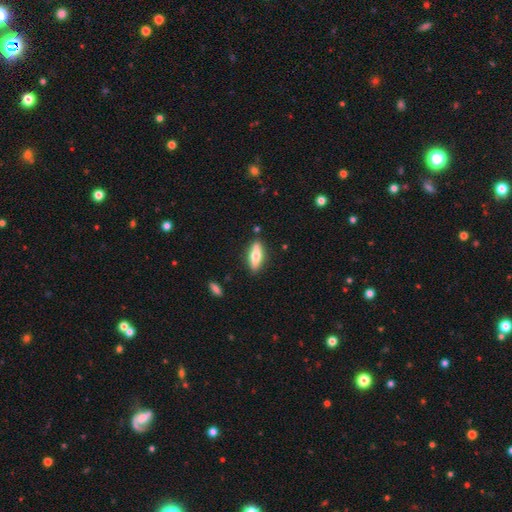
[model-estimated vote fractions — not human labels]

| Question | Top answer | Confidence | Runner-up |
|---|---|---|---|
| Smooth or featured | smooth | 55% | featured or disk (39%) |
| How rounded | in between | 54% | cigar-shaped (43%) |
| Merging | none | 83% | minor disturbance (11%) |